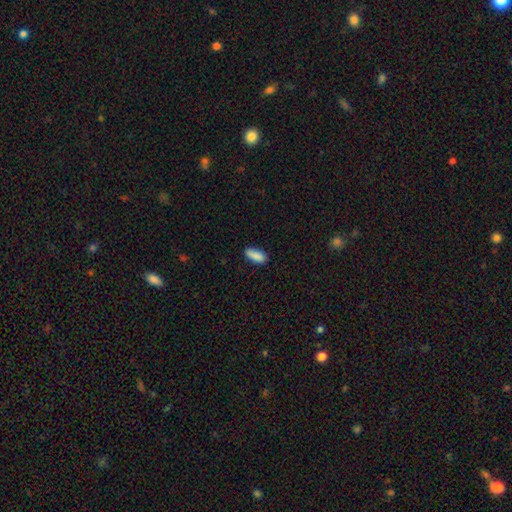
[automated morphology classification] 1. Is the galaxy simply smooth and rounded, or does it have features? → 88% smooth, 7% star or artifact, 5% featured or disk.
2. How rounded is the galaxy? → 76% in between, 22% cigar-shaped, 2% round.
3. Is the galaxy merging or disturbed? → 79% none, 16% minor disturbance, 3% major disturbance, 2% merger.